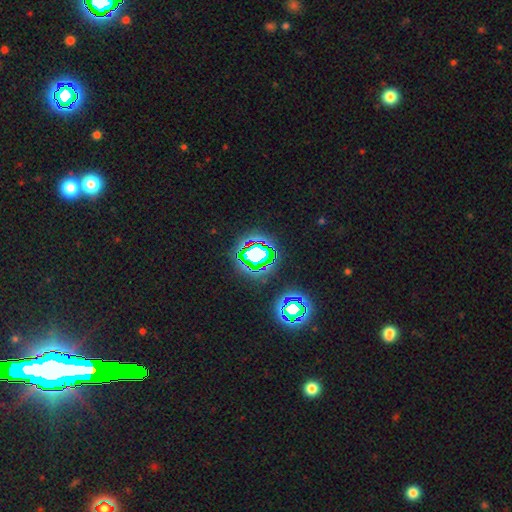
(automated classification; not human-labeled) smooth_or_featured: star or artifact (p=0.60) [alt: smooth p=0.22]